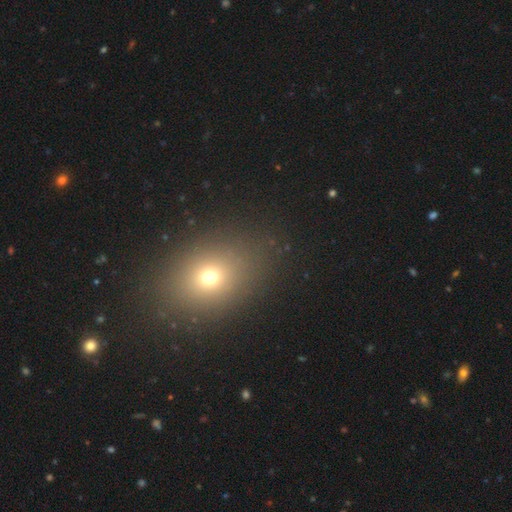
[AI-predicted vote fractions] Smooth or featured?
  - smooth: 64% *
  - star or artifact: 25%
  - featured or disk: 11%
How rounded?
  - in between: 60% *
  - round: 38%
  - cigar-shaped: 2%
Merging?
  - none: 89% *
  - minor disturbance: 7%
  - major disturbance: 3%
  - merger: 1%